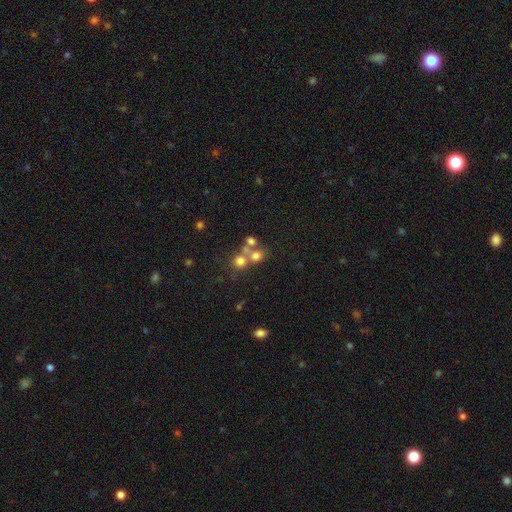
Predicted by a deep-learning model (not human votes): Morphology: type=smooth (63%); roundness=round (76%); merging=merger (47%).